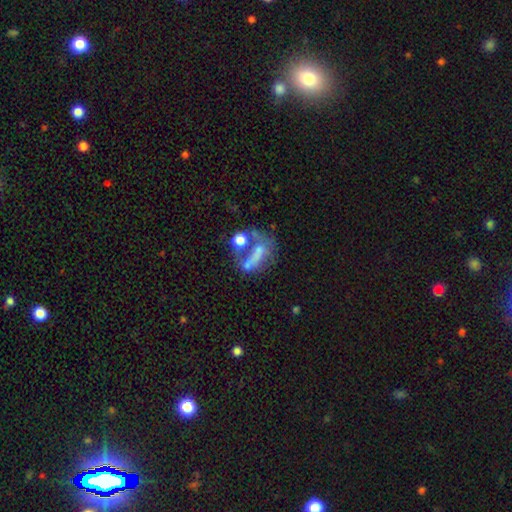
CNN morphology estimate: type=smooth (44%); merging=merger (31%).